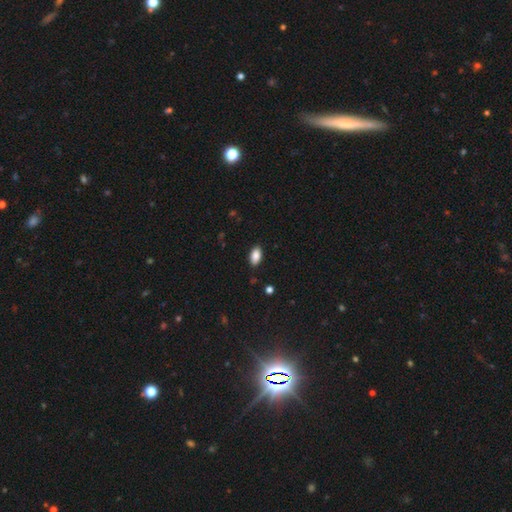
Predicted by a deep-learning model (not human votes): smooth 88%, star or artifact 8%, featured or disk 5%. Down the decision tree: how rounded — in between (93%); merging — none (87%).